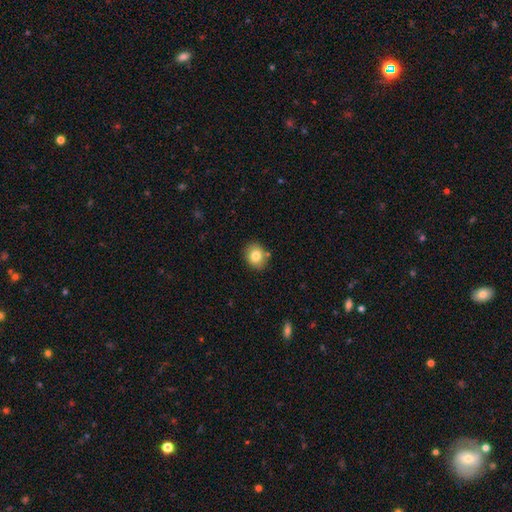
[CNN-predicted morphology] type=smooth (82%); roundness=round (62%); merging=none (84%).